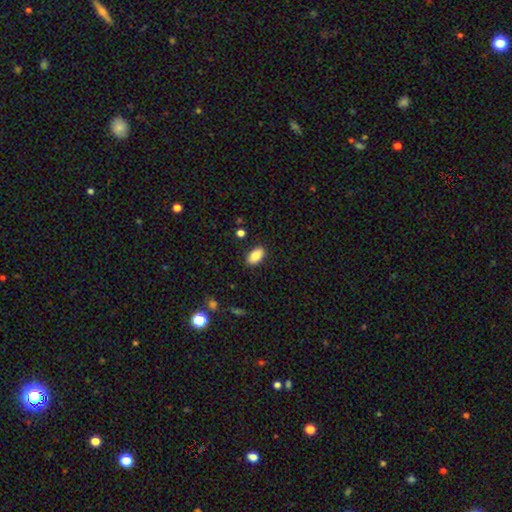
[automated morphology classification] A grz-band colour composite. It shows a smooth galaxy with no disk features (87%) that is in between round and cigar-shaped (93%). Merging: none (88%).